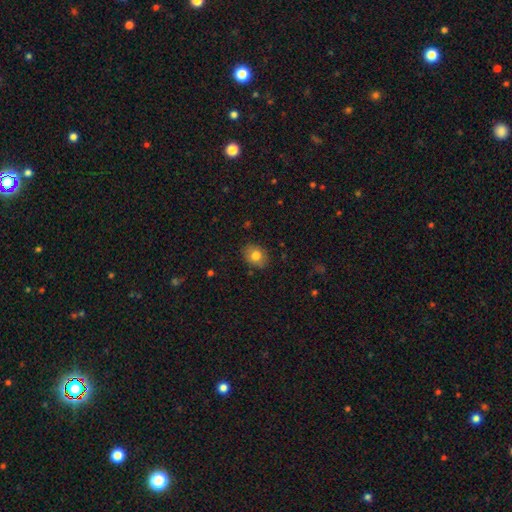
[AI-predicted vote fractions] The model was most divided on "how rounded": in between: 55%, round: 44%, cigar-shaped: 1%. More confident: merging — none (85%); smooth or featured — smooth (79%).